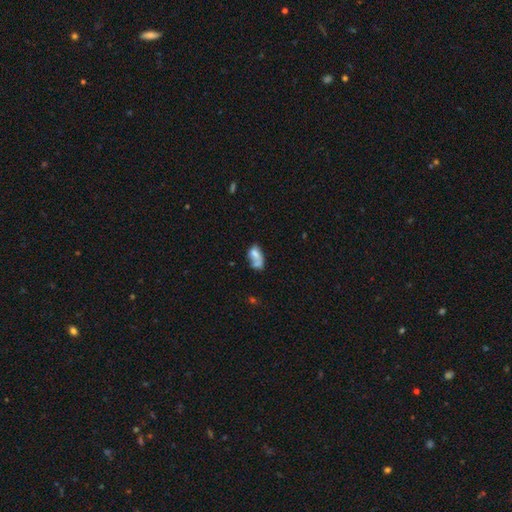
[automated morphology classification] This is possibly a smooth galaxy (59%). How rounded: clearly in between (85%). Merging: marginally merger (42%).